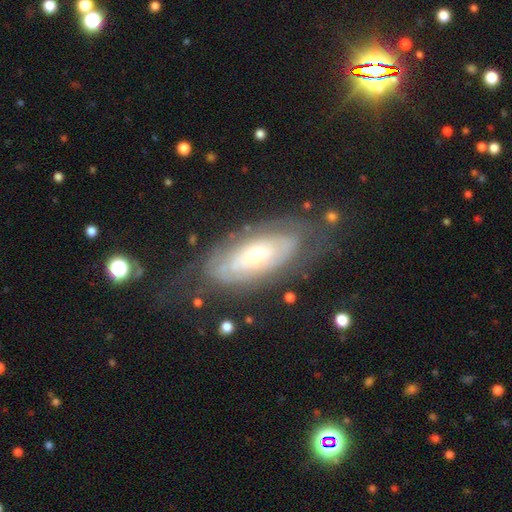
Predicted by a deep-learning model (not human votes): Smooth or featured: featured or disk — 71% (smooth — 22%)
Edge-on disk: no — 87% (yes — 13%)
Bar: no — 76% (weak — 16%)
Spiral arms: yes — 61% (no — 39%)
Bulge size: moderate — 51% (small — 42%)
Merging: none — 70% (minor disturbance — 17%)